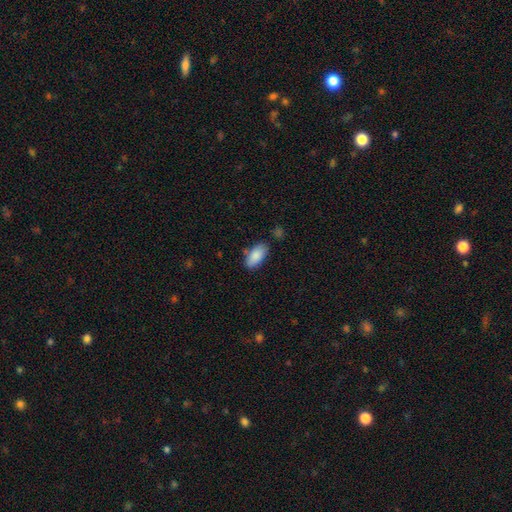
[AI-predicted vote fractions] Smooth or featured? Predicted: smooth (p=0.88). How rounded? Predicted: in between (p=0.93). Merging? Predicted: none (p=0.77).